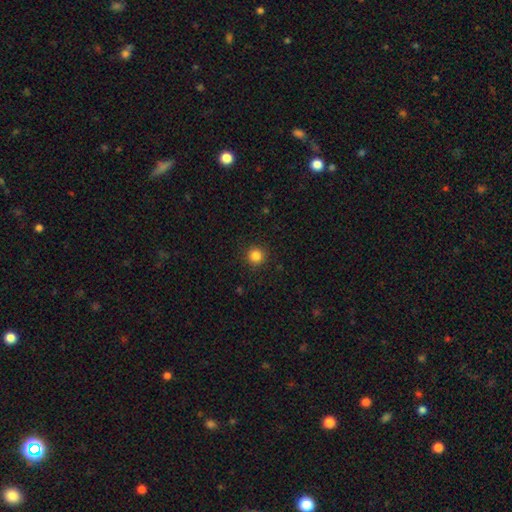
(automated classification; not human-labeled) A smooth galaxy with no disk features (84%) that is round (95%).

Vote fractions:
- Smooth or featured? smooth: 84% / star or artifact: 12% / featured or disk: 4%
- How rounded? round: 95% / in between: 4% / cigar-shaped: 1%
- Merging? none: 91% / minor disturbance: 6% / major disturbance: 2% / merger: 1%